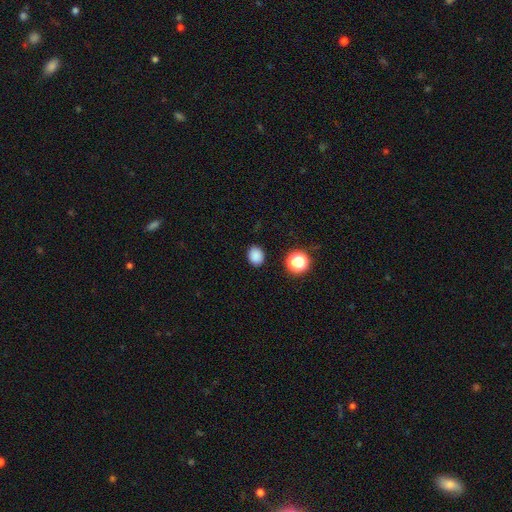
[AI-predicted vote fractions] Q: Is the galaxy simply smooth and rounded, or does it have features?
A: smooth — 84%.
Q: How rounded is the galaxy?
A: round — 56%.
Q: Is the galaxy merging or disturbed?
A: none — 88%.